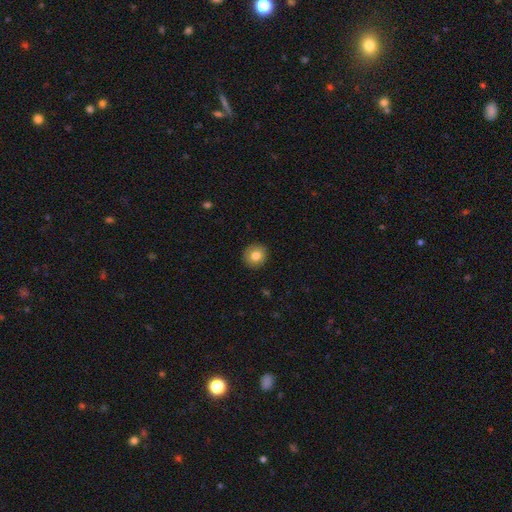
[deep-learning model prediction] Smooth or featured? smooth (81%)
How rounded? round (89%)
Merging? none (91%)